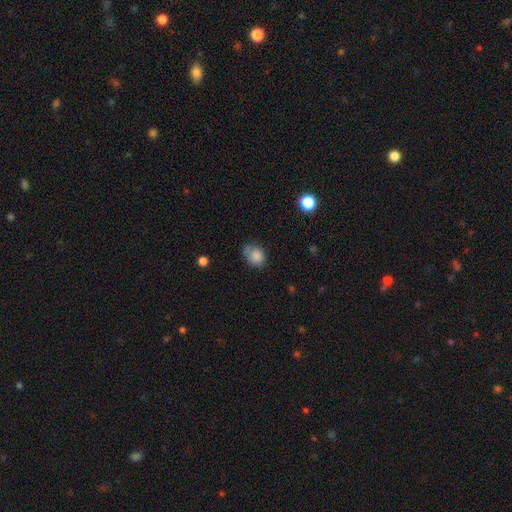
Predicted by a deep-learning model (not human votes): This is clearly a smooth galaxy (83%). How rounded: possibly round (51%). Merging: possibly none (53%).